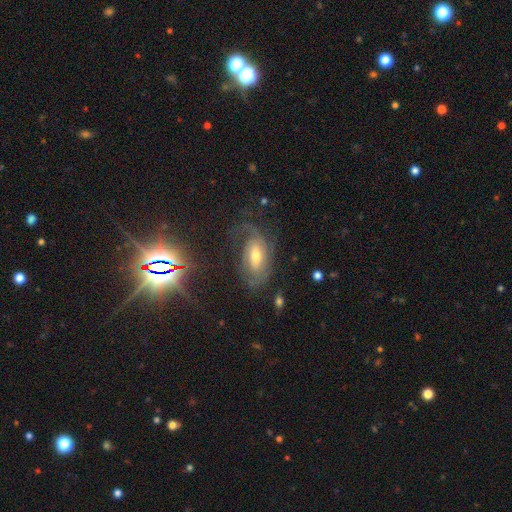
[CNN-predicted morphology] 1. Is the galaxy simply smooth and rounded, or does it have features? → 67% featured or disk, 20% smooth, 13% star or artifact.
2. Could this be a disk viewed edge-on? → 92% no, 8% yes.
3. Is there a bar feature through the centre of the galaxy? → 49% no, 37% weak, 14% strong.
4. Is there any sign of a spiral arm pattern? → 86% yes, 14% no.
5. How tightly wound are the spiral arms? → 42% medium, 34% tight, 25% loose.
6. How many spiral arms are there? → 38% 2, 27% can't tell, 23% 1, 6% 3, 3% 4, 2% more than 4.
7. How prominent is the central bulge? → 61% moderate, 28% small, 8% large, 2% none, 1% dominant.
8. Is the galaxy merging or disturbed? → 52% none, 25% major disturbance, 21% minor disturbance, 2% merger.